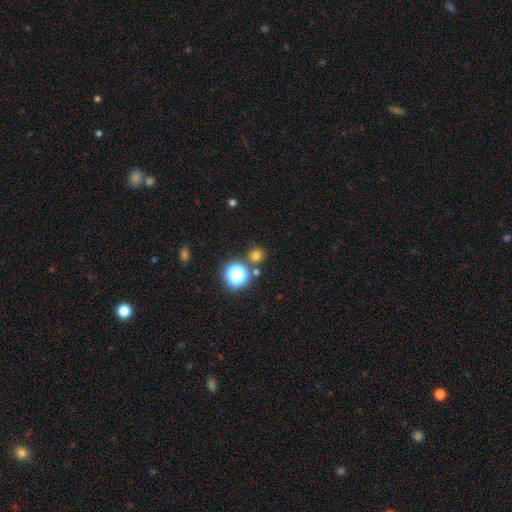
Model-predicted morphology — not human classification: Smooth or featured: smooth — 69% (star or artifact — 24%)
How rounded: round — 93% (in between — 6%)
Merging: none — 82% (merger — 9%)